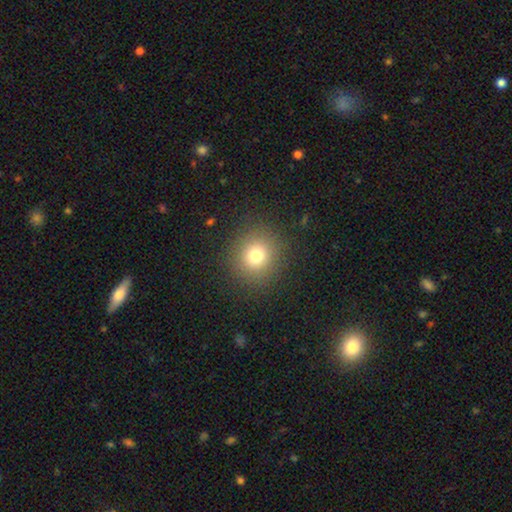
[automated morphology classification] smooth 75%, star or artifact 16%, featured or disk 9%. Down the decision tree: how rounded — round (89%); merging — none (89%).